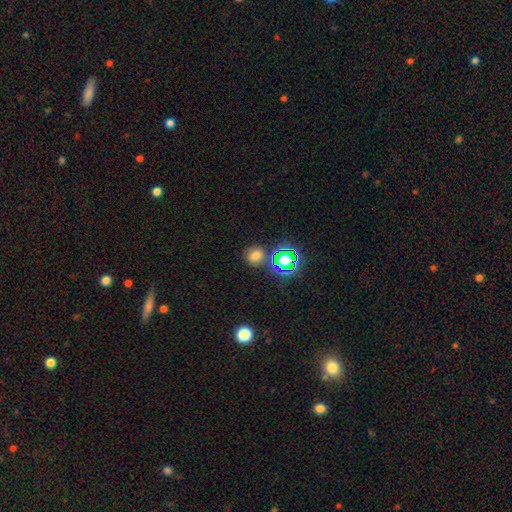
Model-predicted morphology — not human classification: smooth-or-featured: smooth: 65% | star or artifact: 28% | featured or disk: 7%
  how-rounded: round: 72% | in between: 27% | cigar-shaped: 1%
  merging: none: 77% | minor disturbance: 10% | merger: 9% | major disturbance: 4%